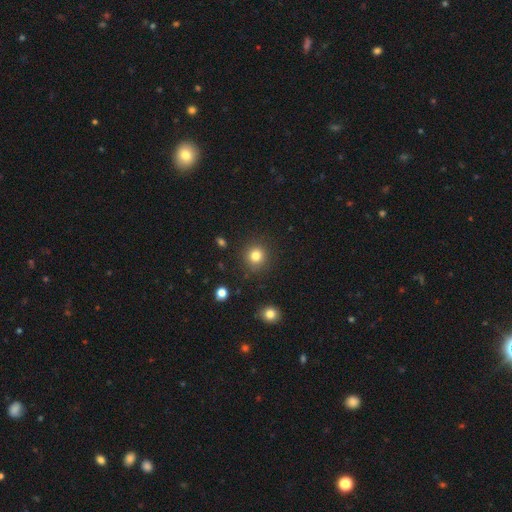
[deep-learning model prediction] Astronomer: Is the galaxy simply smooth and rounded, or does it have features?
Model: smooth — 81%.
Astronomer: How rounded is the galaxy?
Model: round — 92%.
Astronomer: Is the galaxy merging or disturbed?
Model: none — 89%.